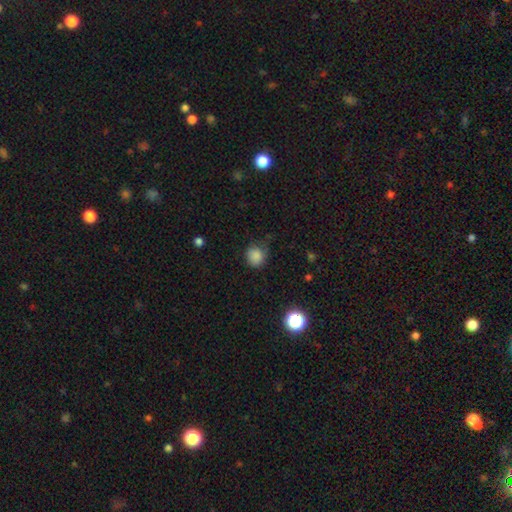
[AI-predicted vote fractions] The model was most divided on "merging": none: 63%, minor disturbance: 27%, major disturbance: 8%, merger: 2%. More confident: smooth or featured — smooth (84%); how rounded — round (84%).